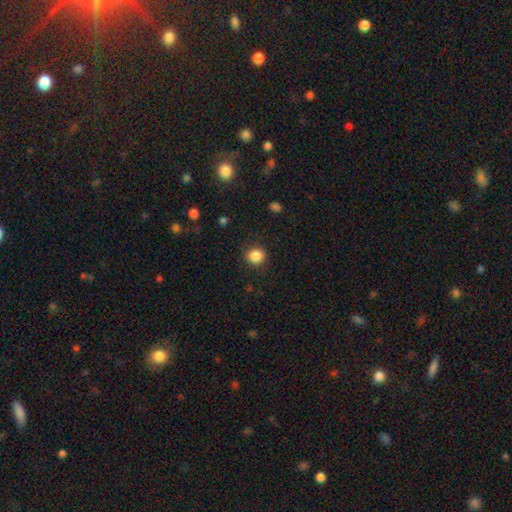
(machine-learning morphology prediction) smooth-or-featured: smooth: 86% | star or artifact: 10% | featured or disk: 4%
  how-rounded: round: 88% | in between: 11% | cigar-shaped: 1%
  merging: none: 90% | minor disturbance: 7% | major disturbance: 3% | merger: 1%